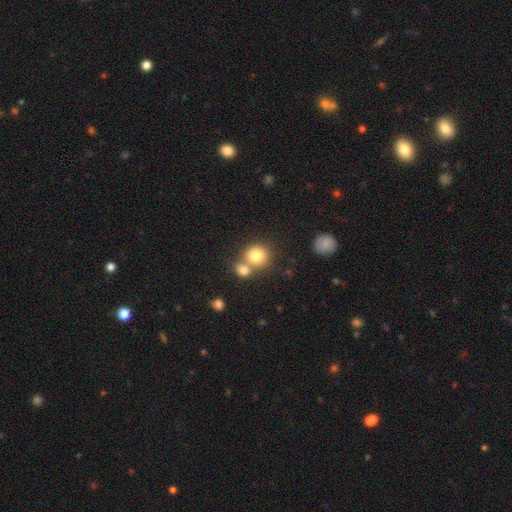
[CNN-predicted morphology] A smooth galaxy with no disk features (80%) that is round (83%). Merging: merger (46%).